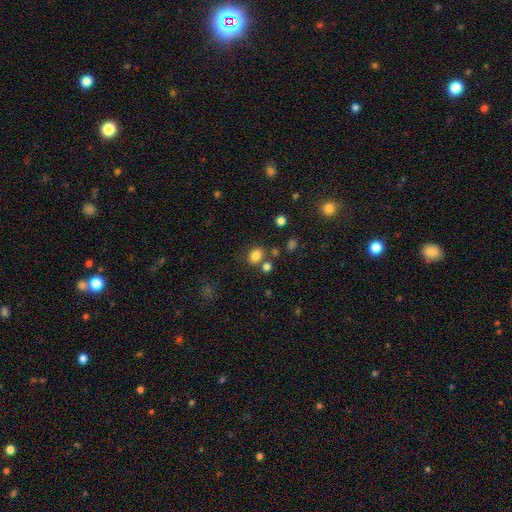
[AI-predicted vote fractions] A smooth galaxy with no disk features (81%) that is in between round and cigar-shaped (65%). Merging: none (67%).